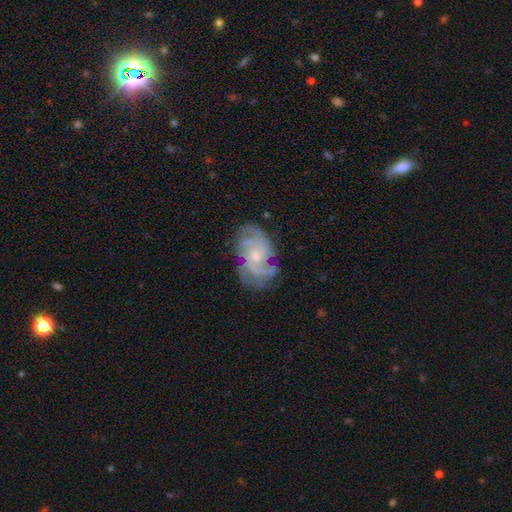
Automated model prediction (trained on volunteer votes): This is clearly a featured or disk galaxy (86%). It is clearly not viewed edge-on (97%). Bar: likely no (67%). Spiral arm pattern: clearly yes (96%). Spiral arm count: marginally 3 (27%). Spiral winding: possibly tight (53%). Central bulge: possibly small (53%). Merging: likely none (73%).